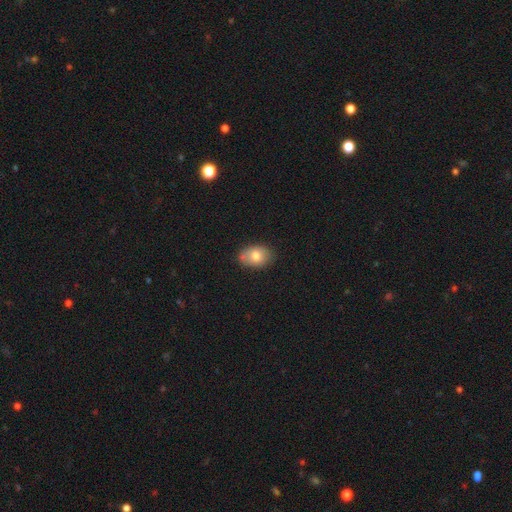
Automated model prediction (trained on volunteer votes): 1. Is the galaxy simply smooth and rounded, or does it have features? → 75% smooth, 17% featured or disk, 8% star or artifact.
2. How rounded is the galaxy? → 80% in between, 19% round, 1% cigar-shaped.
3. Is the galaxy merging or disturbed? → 72% none, 22% minor disturbance, 4% major disturbance, 3% merger.